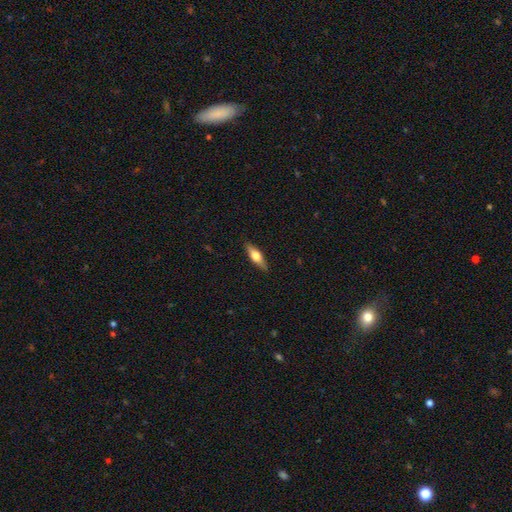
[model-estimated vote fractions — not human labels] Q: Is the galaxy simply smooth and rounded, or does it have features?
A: smooth — 52%.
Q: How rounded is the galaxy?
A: cigar-shaped — 52%.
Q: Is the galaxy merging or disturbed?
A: none — 88%.